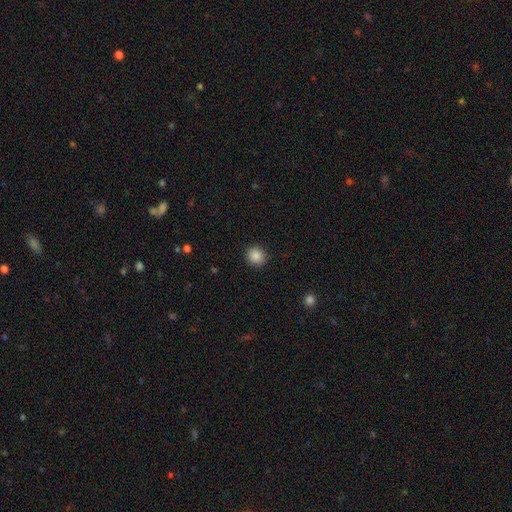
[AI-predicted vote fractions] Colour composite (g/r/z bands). It shows a smooth galaxy with no disk features (87%) that is round (88%). Merging: none (91%).